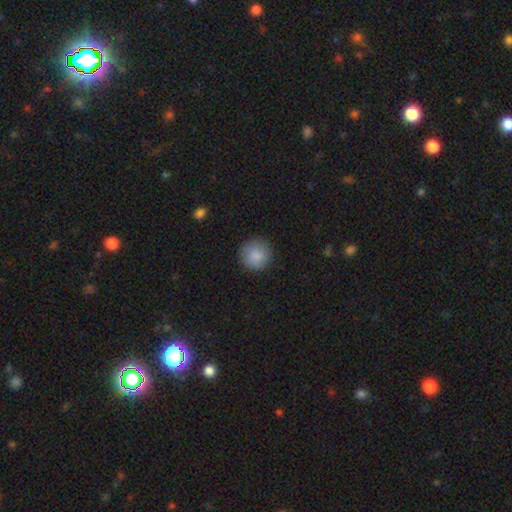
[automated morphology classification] smooth 87%, star or artifact 7%, featured or disk 5%. Down the decision tree: how rounded — round (95%); merging — none (88%).